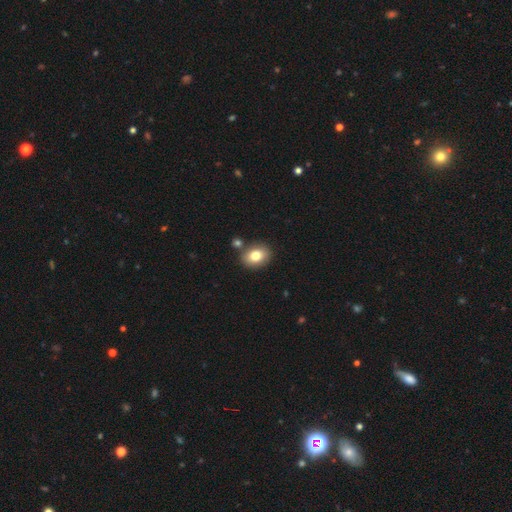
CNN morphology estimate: A smooth galaxy with no disk features (79%) that is in between round and cigar-shaped (58%).

Vote fractions:
- Smooth or featured? smooth: 79% / featured or disk: 12% / star or artifact: 9%
- How rounded? in between: 58% / round: 41% / cigar-shaped: 1%
- Merging? none: 78% / minor disturbance: 10% / merger: 9% / major disturbance: 3%